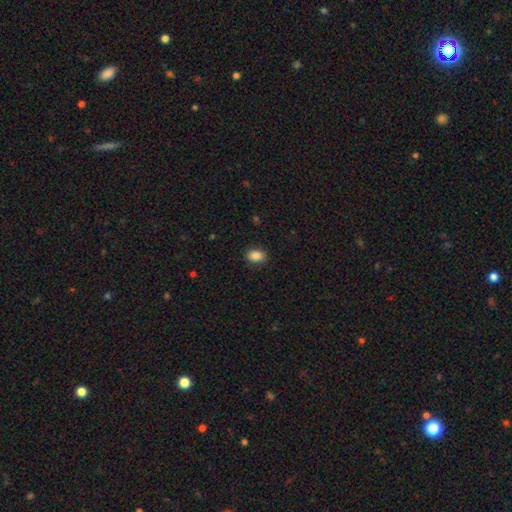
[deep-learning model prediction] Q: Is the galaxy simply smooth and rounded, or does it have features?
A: smooth — 87%.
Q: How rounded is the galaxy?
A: in between — 72%.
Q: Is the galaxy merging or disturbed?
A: none — 89%.